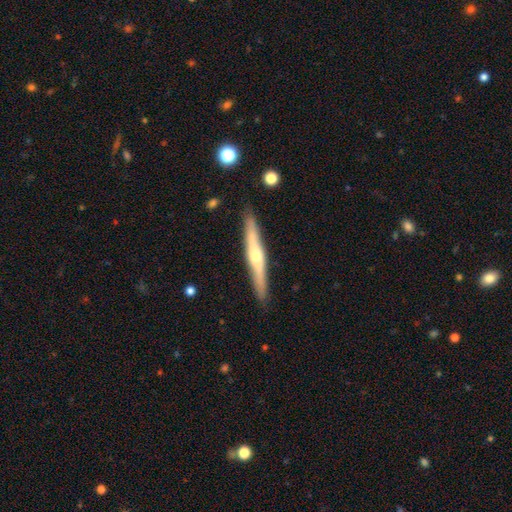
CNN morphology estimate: A featured or disk galaxy (67%) viewed edge-on (95%) with a rounded central bulge (82%).

Vote fractions:
- Smooth or featured? featured or disk: 67% / smooth: 28% / star or artifact: 6%
- Edge-on disk? yes: 95% / no: 5%
- Edge-on bulge? rounded: 82% / none: 13% / boxy: 5%
- Merging? none: 89% / minor disturbance: 8% / major disturbance: 2% / merger: 1%